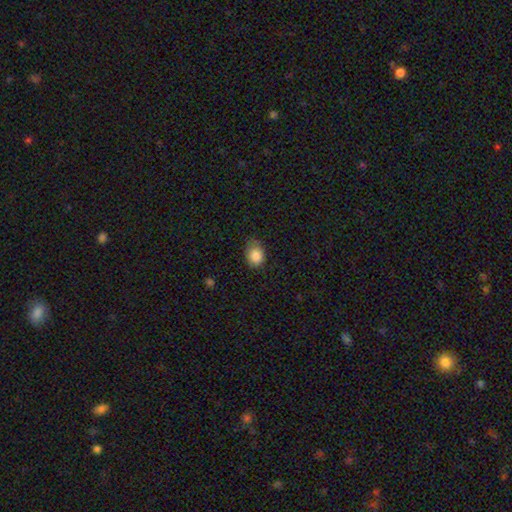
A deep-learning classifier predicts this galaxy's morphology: A smooth galaxy with no disk features (86%) that is in between round and cigar-shaped (59%).

Vote fractions:
- Smooth or featured? smooth: 86% / star or artifact: 9% / featured or disk: 6%
- How rounded? in between: 59% / round: 40% / cigar-shaped: 1%
- Merging? none: 65% / minor disturbance: 29% / major disturbance: 6% / merger: 1%